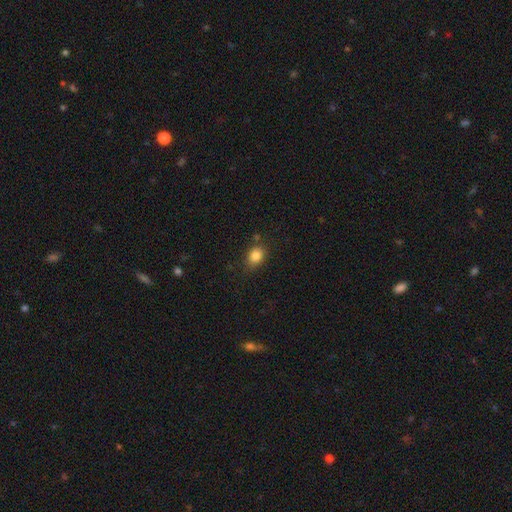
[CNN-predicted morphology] Smooth or featured? smooth (84%)
How rounded? in between (62%)
Merging? none (76%)